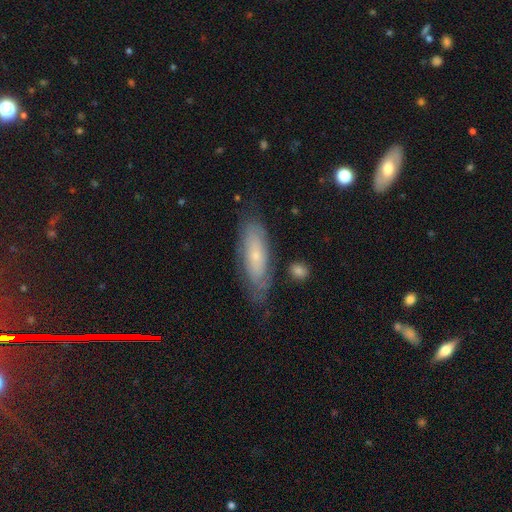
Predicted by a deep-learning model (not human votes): A featured or disk galaxy (48%).

Vote fractions:
- Smooth or featured? featured or disk: 48% / smooth: 45% / star or artifact: 7%
- Merging? none: 68% / minor disturbance: 22% / major disturbance: 7% / merger: 3%